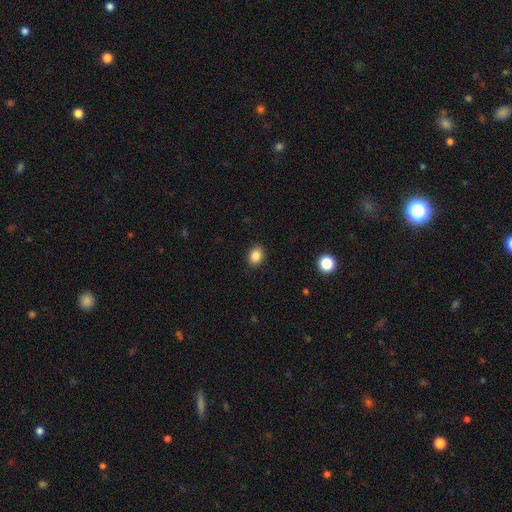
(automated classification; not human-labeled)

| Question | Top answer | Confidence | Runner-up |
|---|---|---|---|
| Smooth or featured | smooth | 86% | star or artifact (10%) |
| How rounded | in between | 52% | round (47%) |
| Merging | none | 89% | minor disturbance (8%) |